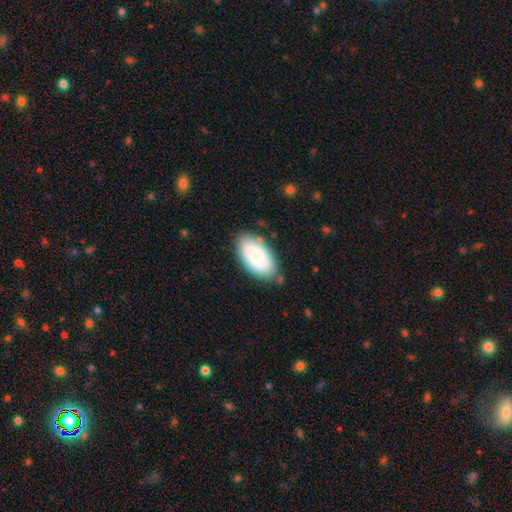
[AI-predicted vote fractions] smooth-or-featured: smooth: 85% | featured or disk: 9% | star or artifact: 6%
  how-rounded: in between: 95% | cigar-shaped: 3% | round: 2%
  merging: none: 80% | minor disturbance: 14% | major disturbance: 3% | merger: 3%